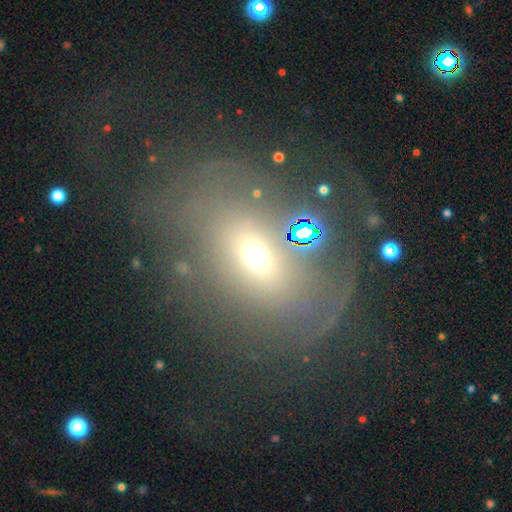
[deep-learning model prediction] Q: Smooth or featured?
A: smooth (46%); runner-up: featured or disk (34%)
Q: Merging?
A: none (45%); runner-up: major disturbance (29%)